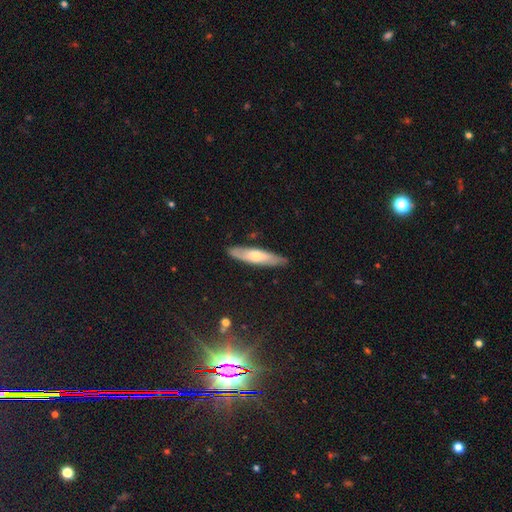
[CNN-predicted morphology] The model was most divided on "smooth or featured": smooth: 50%, featured or disk: 45%, star or artifact: 6%. More confident: merging — none (86%).